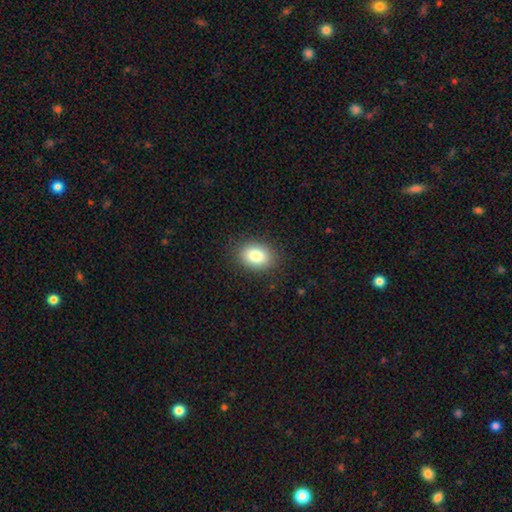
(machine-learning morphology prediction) Smooth or featured? smooth (82%)
How rounded? in between (74%)
Merging? none (87%)